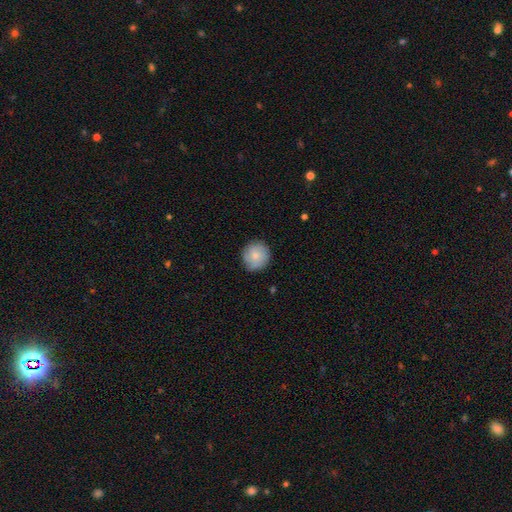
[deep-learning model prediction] Smooth or featured: smooth — 75% (featured or disk — 18%)
How rounded: round — 92% (in between — 7%)
Merging: none — 84% (minor disturbance — 12%)